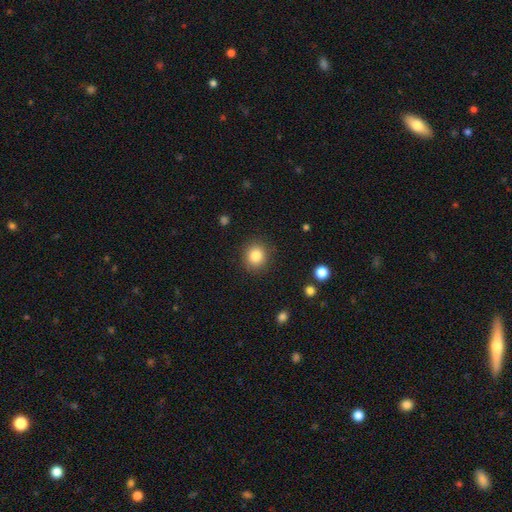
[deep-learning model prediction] A smooth galaxy with no disk features (84%) that is round (86%). Merging: none (89%).